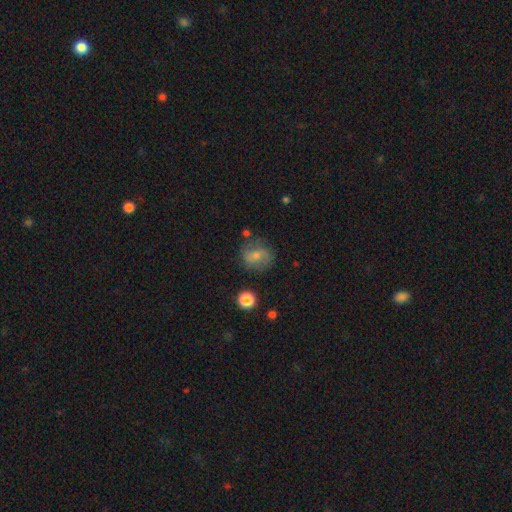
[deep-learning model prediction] Smooth or featured: smooth — 44% (featured or disk — 43%)
Merging: none — 73% (minor disturbance — 17%)